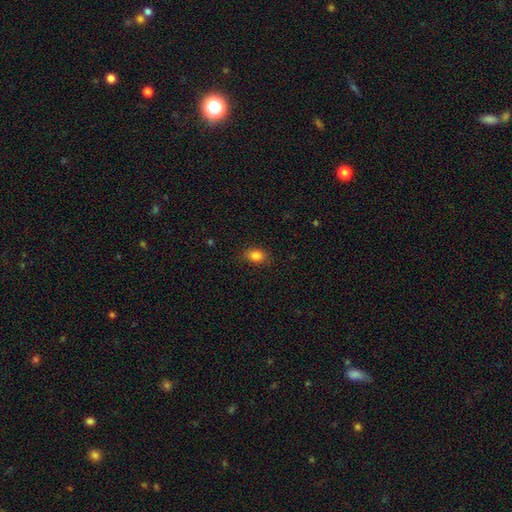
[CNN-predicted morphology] Smooth or featured? Predicted: smooth (p=0.85). How rounded? Predicted: in between (p=0.74). Merging? Predicted: none (p=0.85).